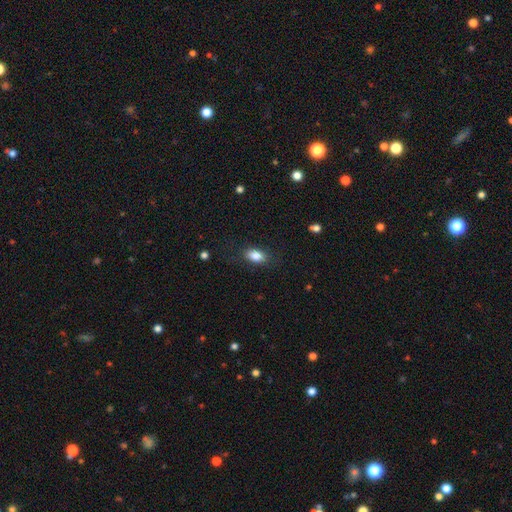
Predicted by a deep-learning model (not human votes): Q: Smooth or featured?
A: smooth (85%); runner-up: star or artifact (8%)
Q: How rounded?
A: in between (88%); runner-up: round (9%)
Q: Merging?
A: none (81%); runner-up: minor disturbance (13%)